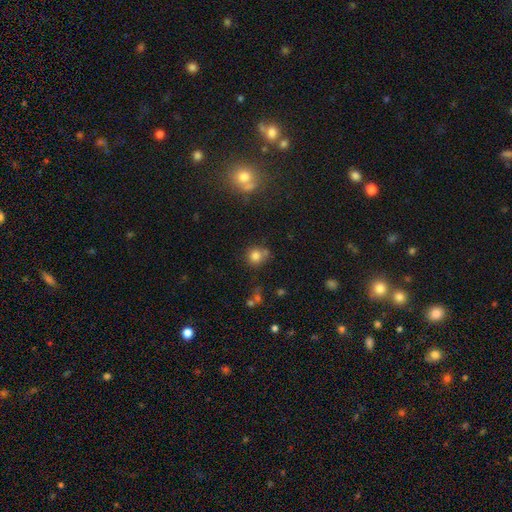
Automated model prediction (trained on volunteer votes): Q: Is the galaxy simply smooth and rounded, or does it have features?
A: smooth — 79%.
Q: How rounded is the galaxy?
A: round — 86%.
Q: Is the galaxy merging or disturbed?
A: none — 62%.